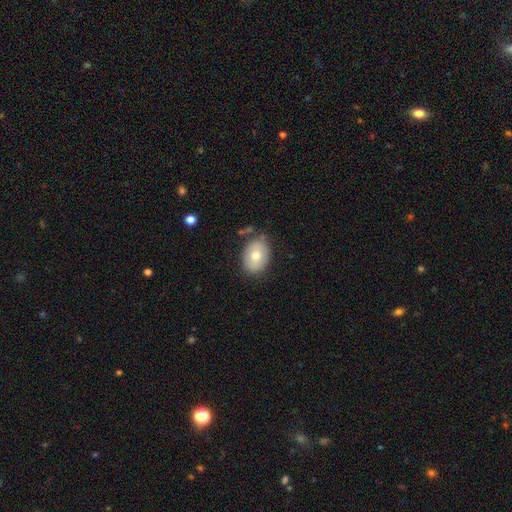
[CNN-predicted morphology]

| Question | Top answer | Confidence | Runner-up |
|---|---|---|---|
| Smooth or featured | smooth | 74% | featured or disk (19%) |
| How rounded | in between | 73% | round (26%) |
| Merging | none | 76% | minor disturbance (17%) |